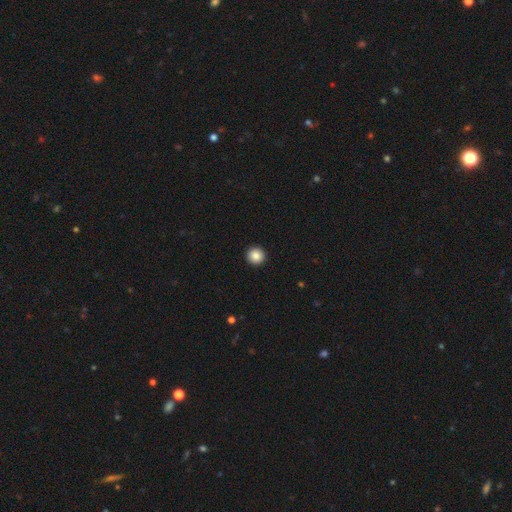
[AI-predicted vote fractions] Smooth or featured?
  - smooth: 86% *
  - star or artifact: 9%
  - featured or disk: 4%
How rounded?
  - round: 96% *
  - in between: 3%
  - cigar-shaped: 1%
Merging?
  - none: 94% *
  - minor disturbance: 4%
  - major disturbance: 1%
  - merger: 1%